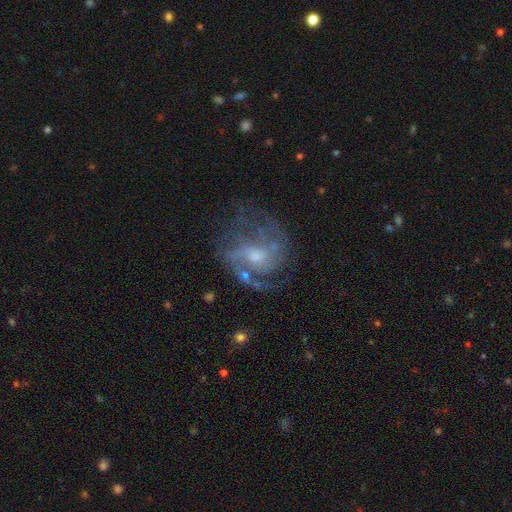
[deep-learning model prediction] Overall: featured or disk (81%). Edge-on disk: no (98%). Bar: no (54%; weak 39%). Spiral arms: yes (90%). Spiral arm count: 2 (52%; can't tell 19%). Spiral winding: medium (49%; loose 27%). Bulge size: moderate (45%; small 44%). Merging: none (57%; major disturbance 21%).